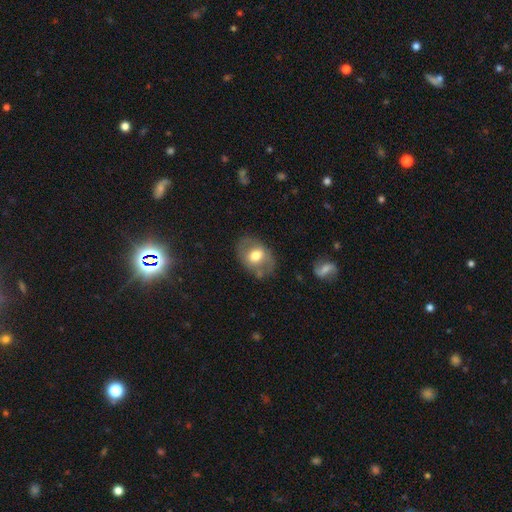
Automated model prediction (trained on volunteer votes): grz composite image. It shows a smooth galaxy with no disk features (55%) that is in between round and cigar-shaped (68%). Merging: none (70%).